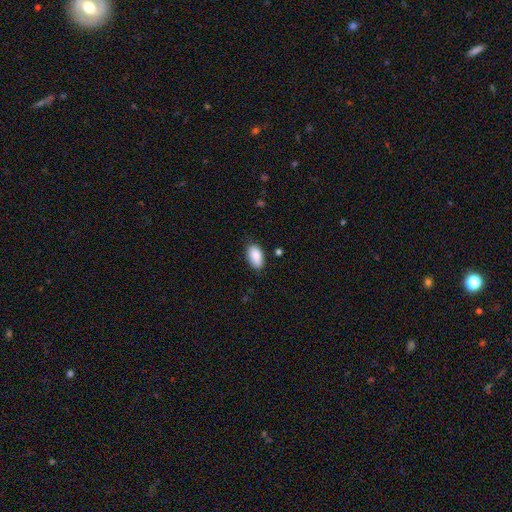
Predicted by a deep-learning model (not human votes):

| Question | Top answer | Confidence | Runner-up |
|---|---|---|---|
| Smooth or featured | smooth | 88% | star or artifact (7%) |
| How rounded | in between | 94% | round (4%) |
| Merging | none | 79% | minor disturbance (17%) |